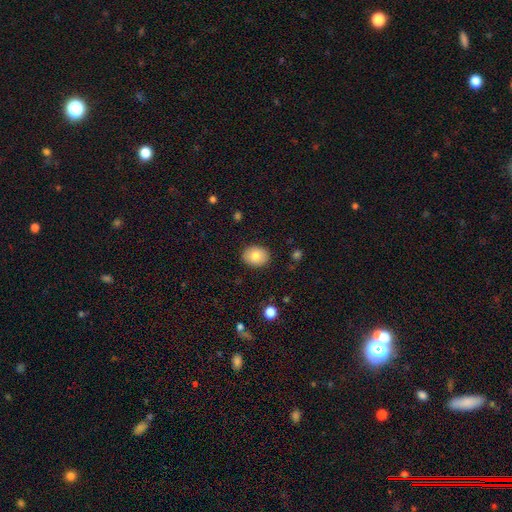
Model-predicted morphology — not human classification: smooth_or_featured: smooth (p=0.81) [alt: featured or disk p=0.11]
how_rounded: in between (p=0.55) [alt: round p=0.44]
merging: none (p=0.89) [alt: minor disturbance p=0.08]